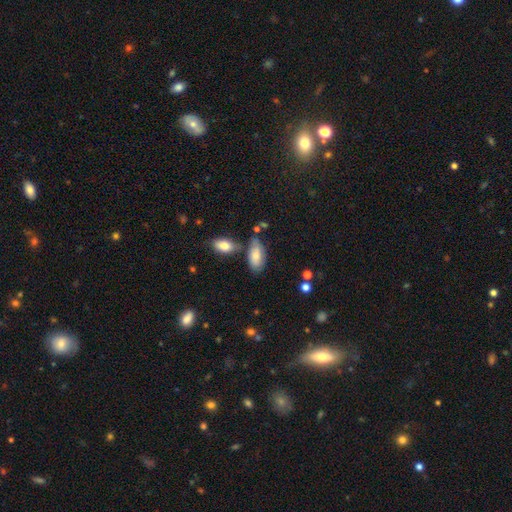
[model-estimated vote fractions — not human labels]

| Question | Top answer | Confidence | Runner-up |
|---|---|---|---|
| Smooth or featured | smooth | 76% | featured or disk (17%) |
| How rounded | in between | 92% | cigar-shaped (5%) |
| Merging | none | 58% | minor disturbance (22%) |